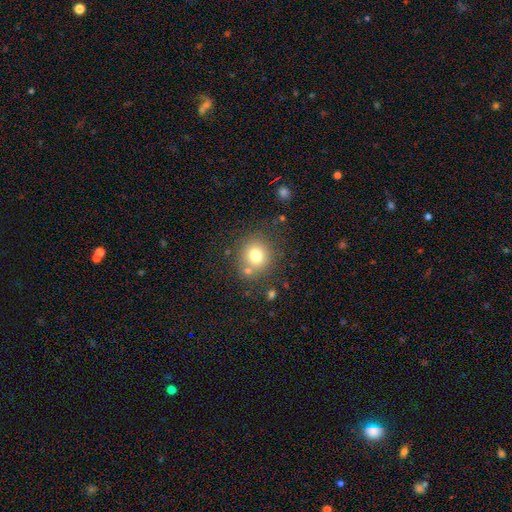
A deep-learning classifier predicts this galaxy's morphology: Overall: smooth (75%). How rounded: round (84%). Merging: none (72%).